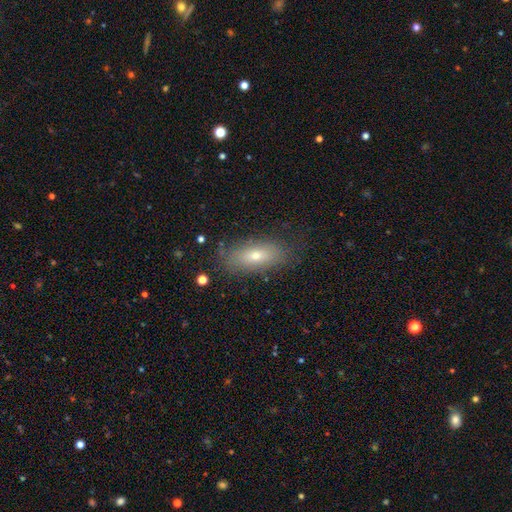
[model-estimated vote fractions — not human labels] This appears to be a smooth galaxy with no disk features (64%) that is in between round and cigar-shaped (77%). Merging: none (78%).